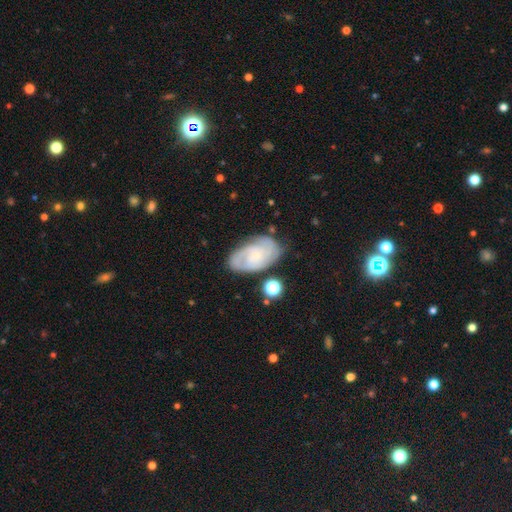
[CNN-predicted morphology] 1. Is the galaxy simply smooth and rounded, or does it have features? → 70% featured or disk, 22% smooth, 7% star or artifact.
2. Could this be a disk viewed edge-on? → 96% no, 4% yes.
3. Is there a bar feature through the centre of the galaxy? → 70% no, 25% weak, 4% strong.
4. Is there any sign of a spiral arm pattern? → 91% yes, 9% no.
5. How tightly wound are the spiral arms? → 59% tight, 32% medium, 9% loose.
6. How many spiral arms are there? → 35% 2, 32% can't tell, 19% 3, 5% 4, 5% 1, 4% more than 4.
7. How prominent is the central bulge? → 70% small, 14% none, 13% moderate, 2% large, 1% dominant.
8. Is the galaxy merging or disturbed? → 70% none, 20% minor disturbance, 7% major disturbance, 4% merger.